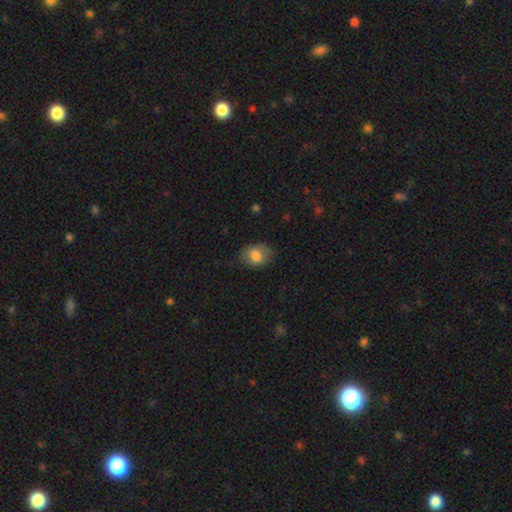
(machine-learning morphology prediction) Smooth or featured?
  - smooth: 78% *
  - featured or disk: 14%
  - star or artifact: 8%
How rounded?
  - in between: 68% *
  - round: 31%
  - cigar-shaped: 1%
Merging?
  - none: 70% *
  - minor disturbance: 23%
  - major disturbance: 6%
  - merger: 1%